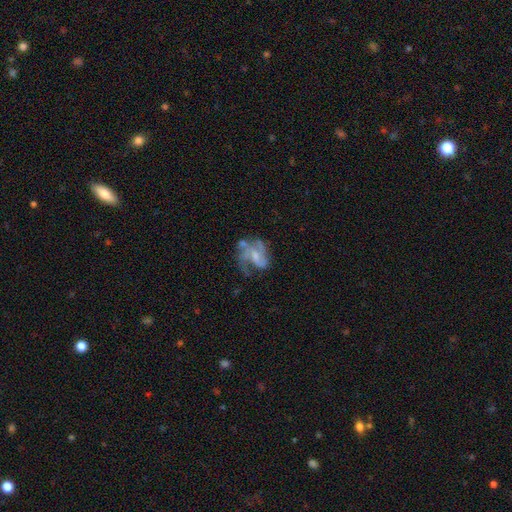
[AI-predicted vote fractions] This appears to be a featured or disk galaxy (75%) with no bar (49%), 3 (31%) medium (46%) spiral arms (84%) and a small central bulge (39%). Merging: none (35%).